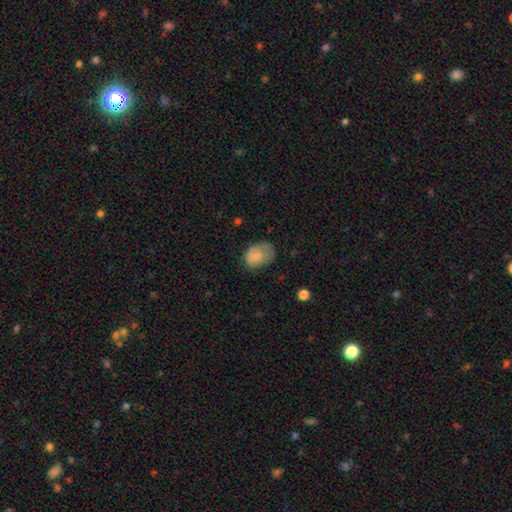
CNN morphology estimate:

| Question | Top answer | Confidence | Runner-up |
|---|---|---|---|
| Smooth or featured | smooth | 78% | featured or disk (14%) |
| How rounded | in between | 72% | round (27%) |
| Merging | none | 45% | minor disturbance (33%) |